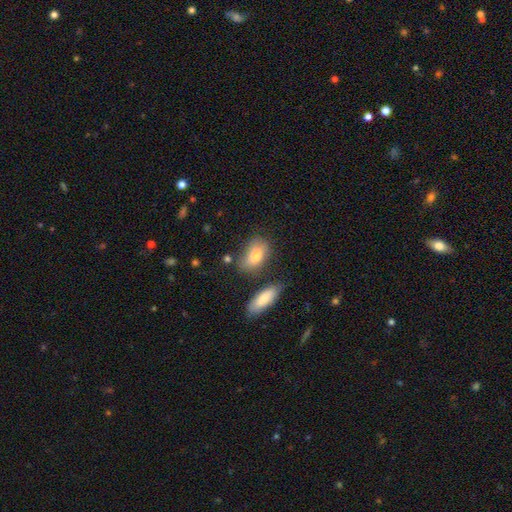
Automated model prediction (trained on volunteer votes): smooth_or_featured: smooth (p=0.77) [alt: featured or disk p=0.15]
how_rounded: in between (p=0.86) [alt: round p=0.09]
merging: none (p=0.60) [alt: minor disturbance p=0.22]